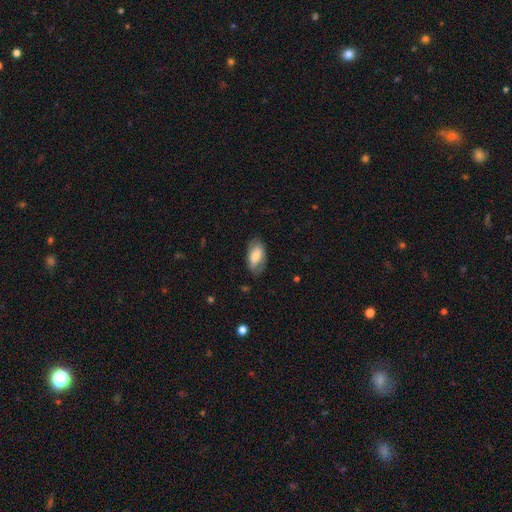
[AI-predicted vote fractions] Smooth or featured?
  - smooth: 69% *
  - featured or disk: 25%
  - star or artifact: 6%
How rounded?
  - in between: 93% *
  - cigar-shaped: 4%
  - round: 4%
Merging?
  - none: 70% *
  - minor disturbance: 21%
  - major disturbance: 7%
  - merger: 1%